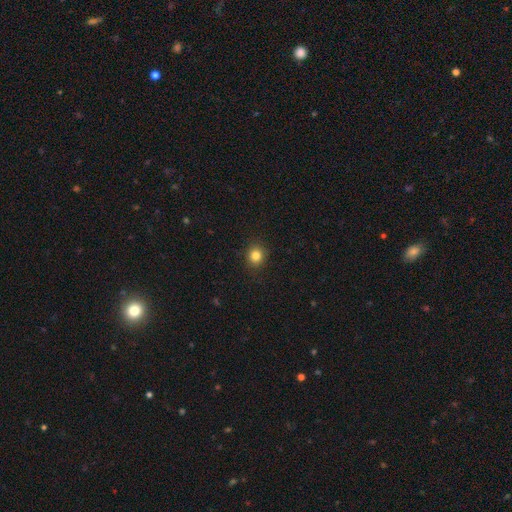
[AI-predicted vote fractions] This appears to be a smooth galaxy with no disk features (83%) that is round (84%). Merging: none (90%).